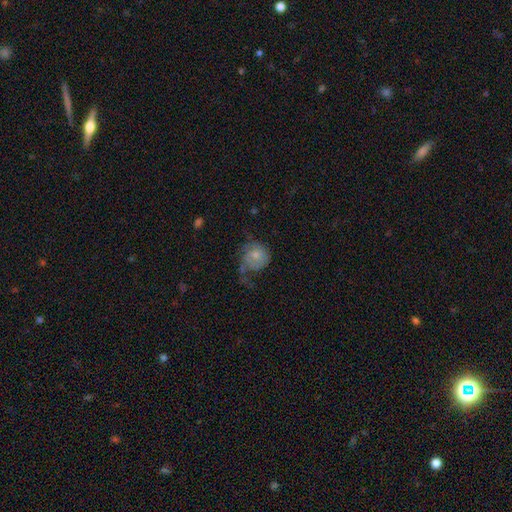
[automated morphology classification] Smooth or featured: featured or disk — 49% (smooth — 44%)
Merging: none — 37% (major disturbance — 33%)